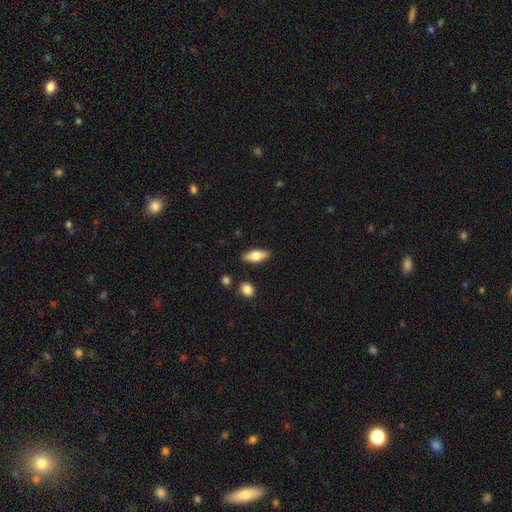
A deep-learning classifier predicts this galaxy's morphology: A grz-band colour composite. It shows a smooth galaxy with no disk features (64%) that is in between round and cigar-shaped (72%). Merging: none (86%).